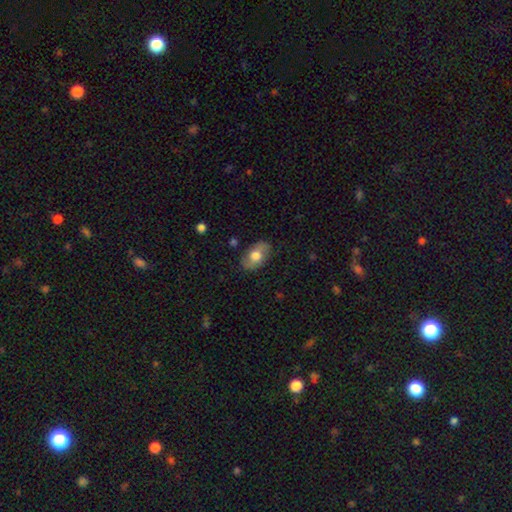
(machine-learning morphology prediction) This appears to be a smooth galaxy with no disk features (63%) that is in between round and cigar-shaped (89%). Merging: none (80%).